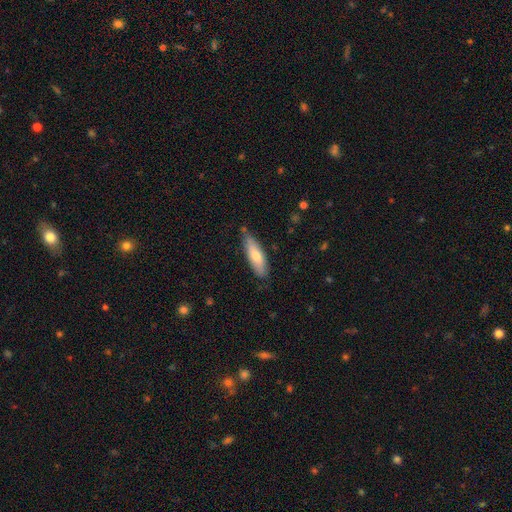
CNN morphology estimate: Smooth or featured? smooth (70%)
How rounded? cigar-shaped (57%)
Merging? none (76%)